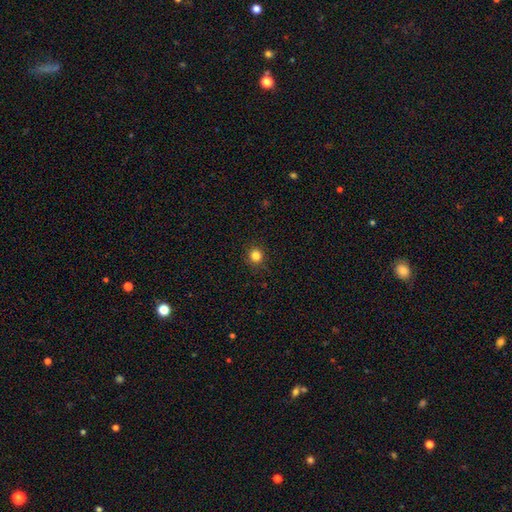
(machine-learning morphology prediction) type=smooth (83%); roundness=round (92%); merging=none (91%).